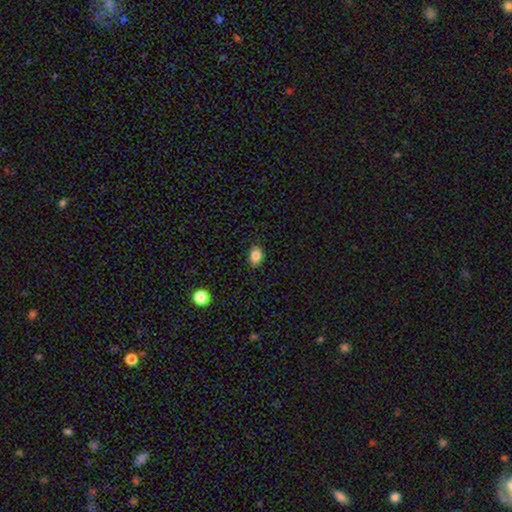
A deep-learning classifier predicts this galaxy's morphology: smooth-or-featured: smooth: 85% | star or artifact: 10% | featured or disk: 5%
  how-rounded: in between: 69% | round: 30% | cigar-shaped: 1%
  merging: none: 89% | minor disturbance: 8% | major disturbance: 2% | merger: 1%